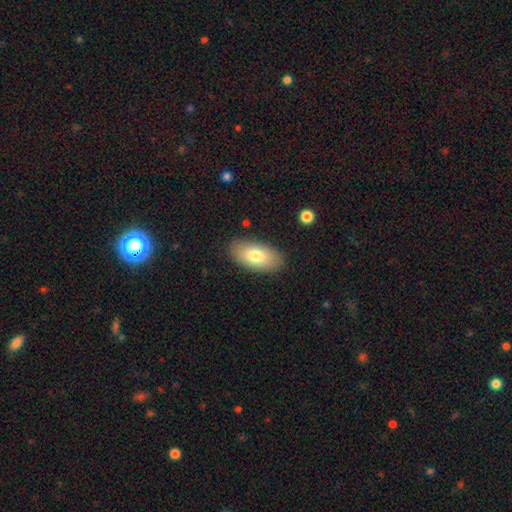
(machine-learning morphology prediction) smooth-or-featured: smooth: 79% | featured or disk: 15% | star or artifact: 6%
  how-rounded: in between: 94% | cigar-shaped: 3% | round: 3%
  merging: none: 86% | minor disturbance: 10% | major disturbance: 3% | merger: 1%